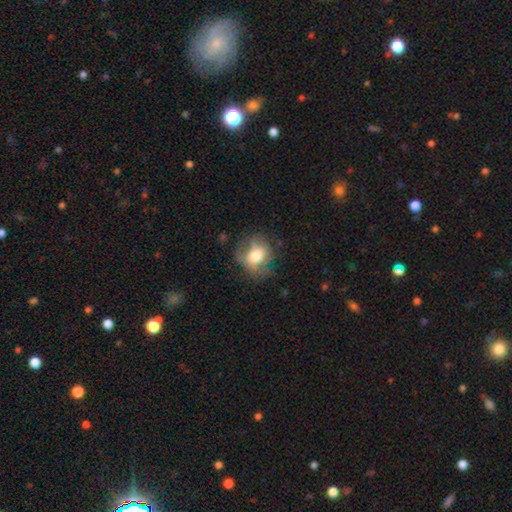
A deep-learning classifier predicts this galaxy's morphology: A smooth galaxy with no disk features (54%) that is round (64%).

Vote fractions:
- Smooth or featured? smooth: 54% / featured or disk: 36% / star or artifact: 10%
- How rounded? round: 64% / in between: 35% / cigar-shaped: 1%
- Merging? none: 55% / minor disturbance: 25% / major disturbance: 18% / merger: 2%